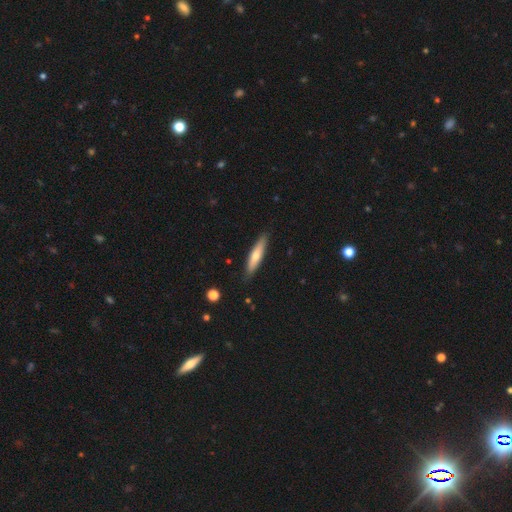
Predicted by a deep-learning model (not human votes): The model was most divided on "smooth or featured": smooth: 65%, featured or disk: 30%, star or artifact: 5%. More confident: merging — none (87%); how rounded — cigar-shaped (81%).